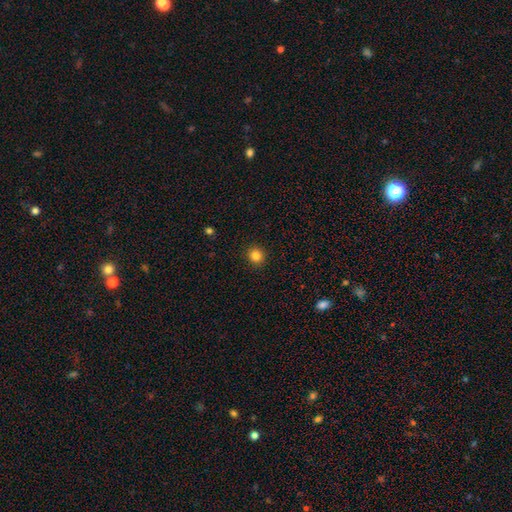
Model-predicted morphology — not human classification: smooth_or_featured: smooth (p=0.84) [alt: star or artifact p=0.12]
how_rounded: round (p=0.89) [alt: in between p=0.10]
merging: none (p=0.92) [alt: minor disturbance p=0.05]